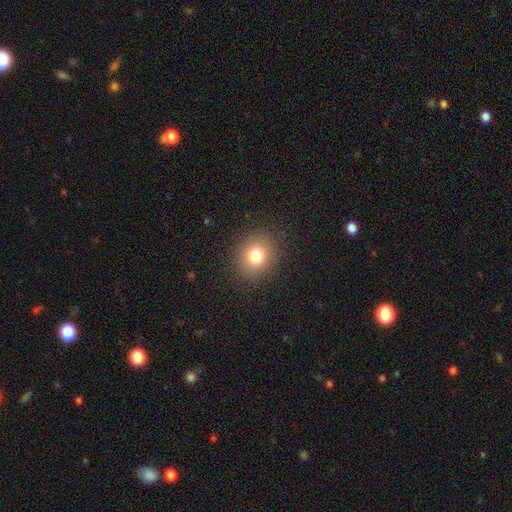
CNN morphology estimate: The model was most divided on "how rounded": round: 72%, in between: 27%, cigar-shaped: 1%. More confident: merging — none (89%); smooth or featured — smooth (80%).